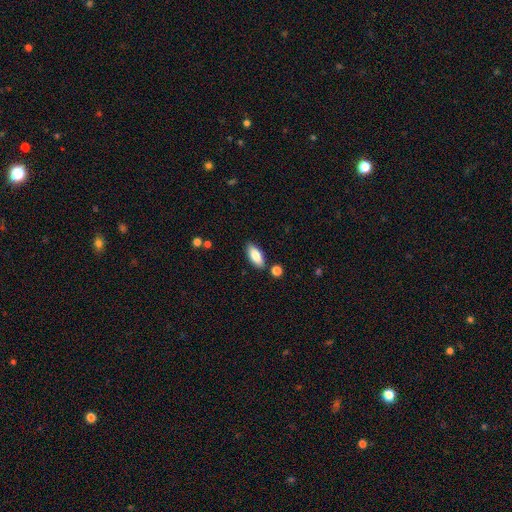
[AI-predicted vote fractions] Smooth or featured?
  - smooth: 84% *
  - featured or disk: 10%
  - star or artifact: 6%
How rounded?
  - in between: 83% *
  - cigar-shaped: 15%
  - round: 2%
Merging?
  - none: 83% *
  - minor disturbance: 10%
  - merger: 4%
  - major disturbance: 2%